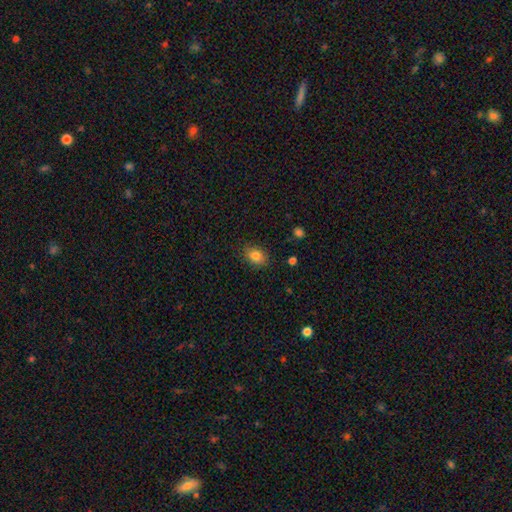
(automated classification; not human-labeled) The model was most divided on "how rounded": in between: 71%, round: 28%, cigar-shaped: 1%. More confident: merging — none (86%); smooth or featured — smooth (83%).